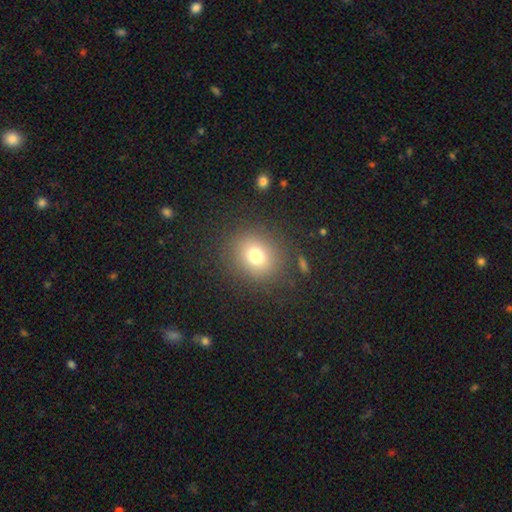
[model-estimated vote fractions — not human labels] This is likely a smooth galaxy (74%). How rounded: likely round (74%). Merging: clearly none (85%).